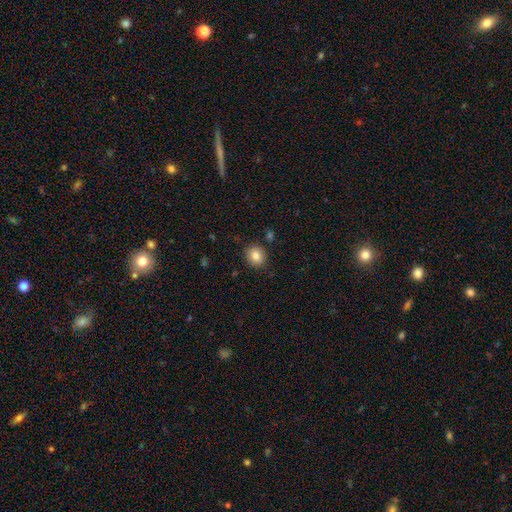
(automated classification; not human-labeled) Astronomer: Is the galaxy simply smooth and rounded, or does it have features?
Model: smooth — 85%.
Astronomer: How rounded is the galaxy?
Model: round — 76%.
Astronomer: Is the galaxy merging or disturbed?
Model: none — 86%.